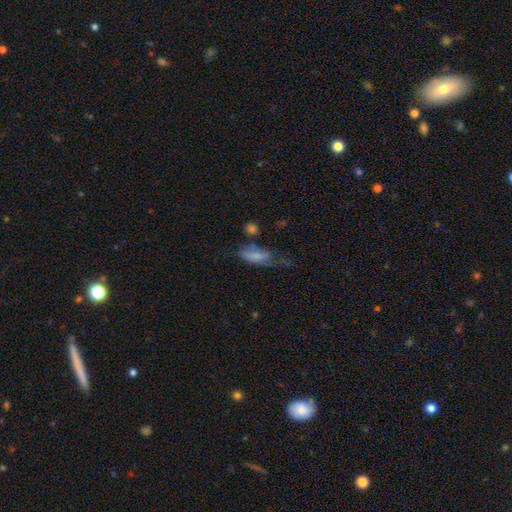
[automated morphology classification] This is likely a smooth galaxy (68%). How rounded: likely in between (70%). Merging: marginally none (34%).